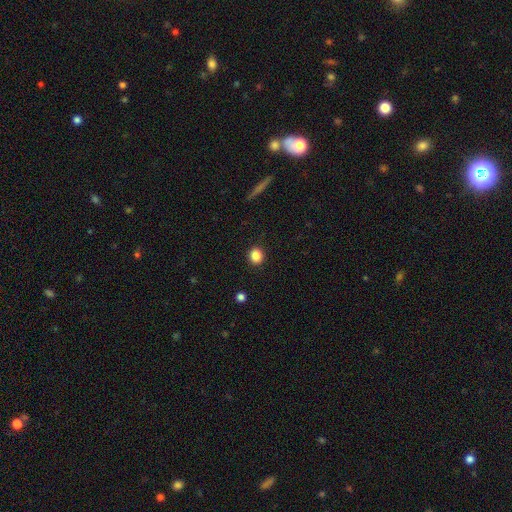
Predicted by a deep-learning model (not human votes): This is clearly a smooth galaxy (86%). How rounded: clearly round (84%). Merging: clearly none (91%).